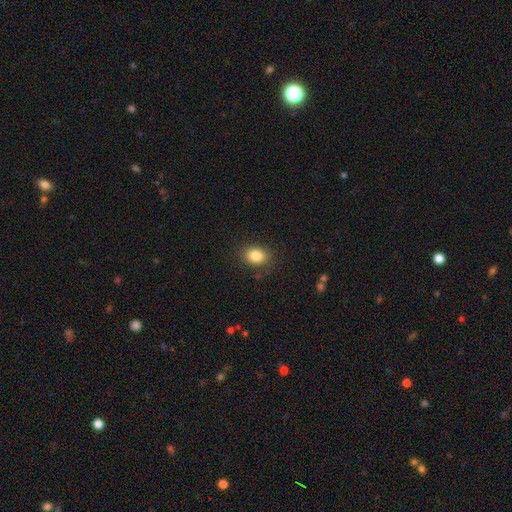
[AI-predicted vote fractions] Morphology: type=smooth (84%); roundness=in between (61%); merging=none (85%).